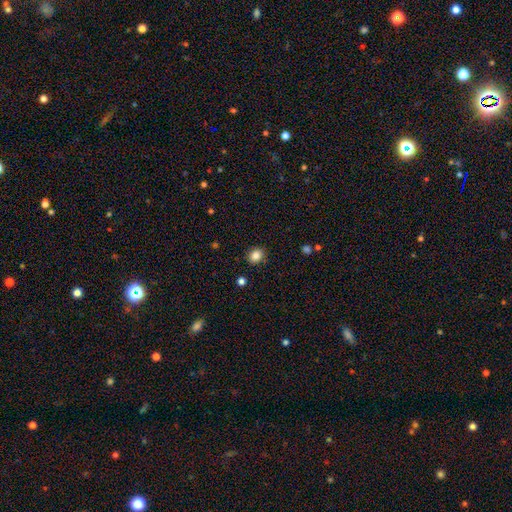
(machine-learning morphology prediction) A smooth galaxy with no disk features (84%) that is round (59%).

Vote fractions:
- Smooth or featured? smooth: 84% / star or artifact: 11% / featured or disk: 5%
- How rounded? round: 59% / in between: 41% / cigar-shaped: 1%
- Merging? none: 89% / minor disturbance: 8% / major disturbance: 2% / merger: 1%